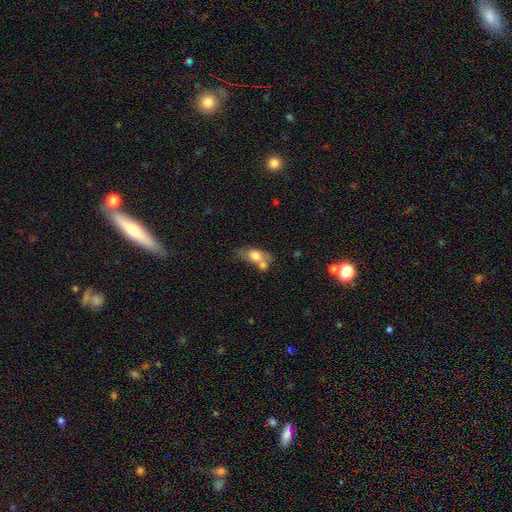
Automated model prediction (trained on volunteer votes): The model was most divided on "merging": merger: 44%, none: 30%, minor disturbance: 16%, major disturbance: 9%. More confident: how rounded — in between (78%); smooth or featured — smooth (66%).